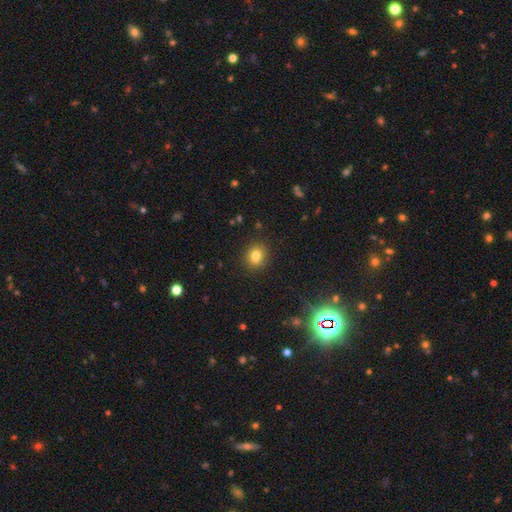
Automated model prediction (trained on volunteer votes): Q: Smooth or featured?
A: smooth (80%); runner-up: star or artifact (13%)
Q: How rounded?
A: round (66%); runner-up: in between (33%)
Q: Merging?
A: none (87%); runner-up: minor disturbance (9%)